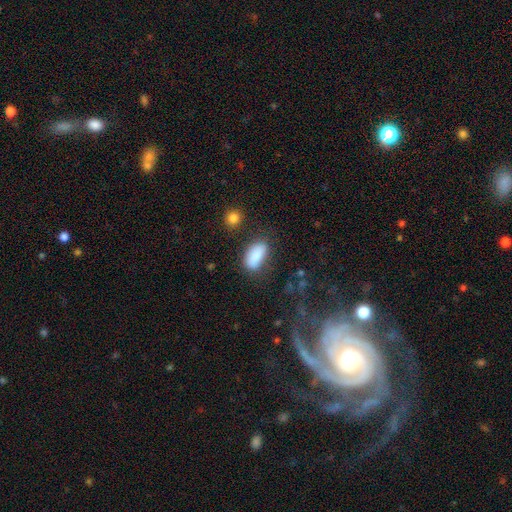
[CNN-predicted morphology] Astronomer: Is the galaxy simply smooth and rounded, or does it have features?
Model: smooth — 87%.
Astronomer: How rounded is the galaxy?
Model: in between — 90%.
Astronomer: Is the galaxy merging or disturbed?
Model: none — 67%.